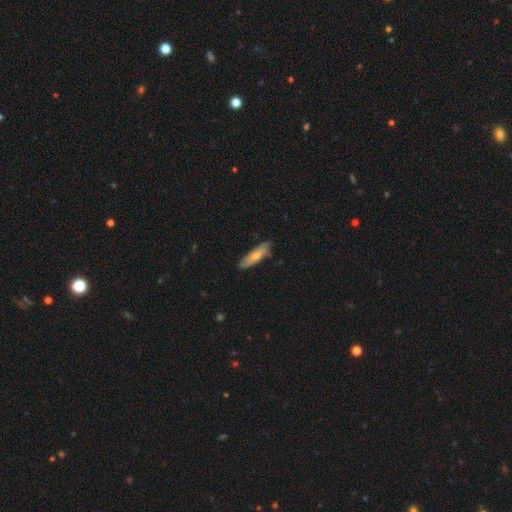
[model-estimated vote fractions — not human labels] Smooth or featured?
  - smooth: 71% *
  - featured or disk: 23%
  - star or artifact: 5%
How rounded?
  - cigar-shaped: 60% *
  - in between: 38%
  - round: 2%
Merging?
  - none: 76% *
  - minor disturbance: 20%
  - major disturbance: 3%
  - merger: 2%